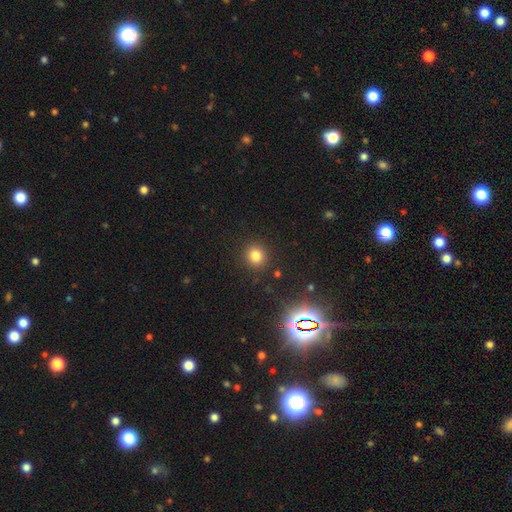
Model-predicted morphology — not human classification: Smooth or featured? Predicted: smooth (p=0.79). How rounded? Predicted: round (p=0.87). Merging? Predicted: none (p=0.89).